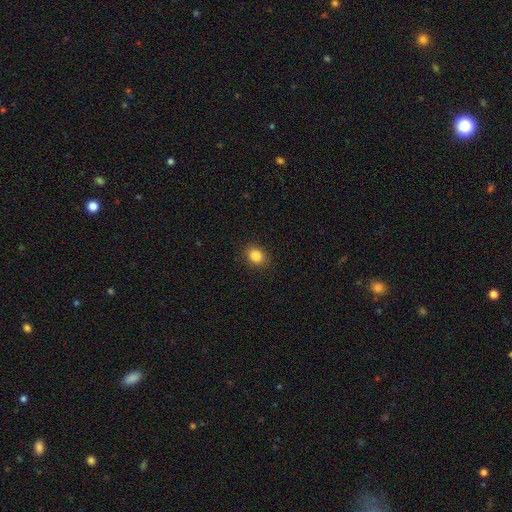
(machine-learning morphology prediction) Smooth or featured? Predicted: smooth (p=0.85). How rounded? Predicted: round (p=0.51). Merging? Predicted: none (p=0.88).